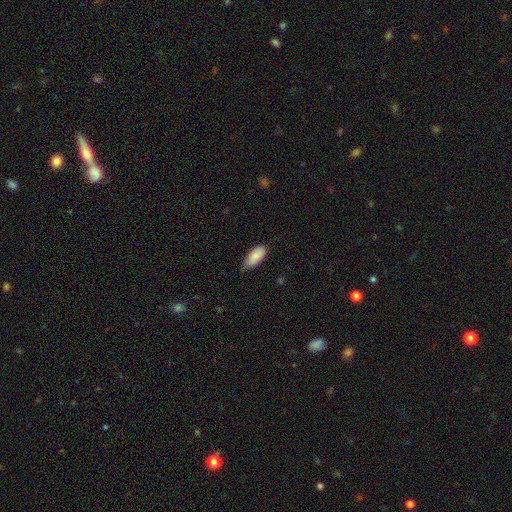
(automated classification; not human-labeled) Smooth or featured? Predicted: smooth (p=0.87). How rounded? Predicted: in between (p=0.90). Merging? Predicted: none (p=0.46, tied with minor disturbance).